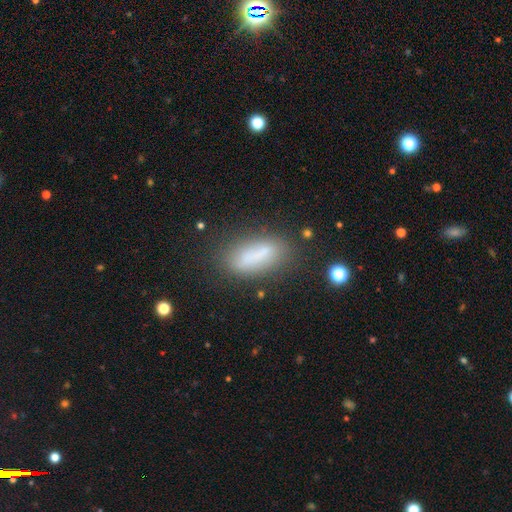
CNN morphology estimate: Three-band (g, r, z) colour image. It shows a smooth galaxy with no disk features (68%) that is in between round and cigar-shaped (64%). Merging: none (68%).